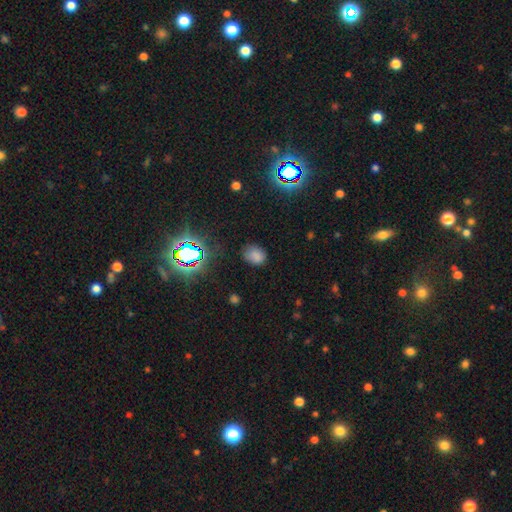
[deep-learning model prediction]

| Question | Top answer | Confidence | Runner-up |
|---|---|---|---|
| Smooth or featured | smooth | 74% | star or artifact (20%) |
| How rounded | in between | 54% | round (45%) |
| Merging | none | 75% | minor disturbance (18%) |